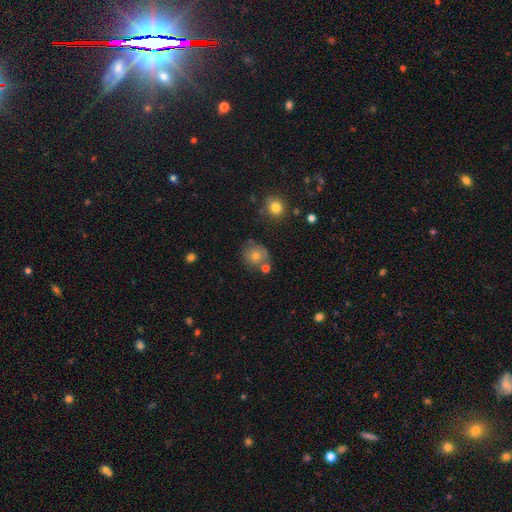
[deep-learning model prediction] A smooth galaxy with no disk features (63%) that is round (82%).

Vote fractions:
- Smooth or featured? smooth: 63% / featured or disk: 22% / star or artifact: 16%
- How rounded? round: 82% / in between: 17% / cigar-shaped: 1%
- Merging? none: 68% / minor disturbance: 16% / merger: 11% / major disturbance: 5%